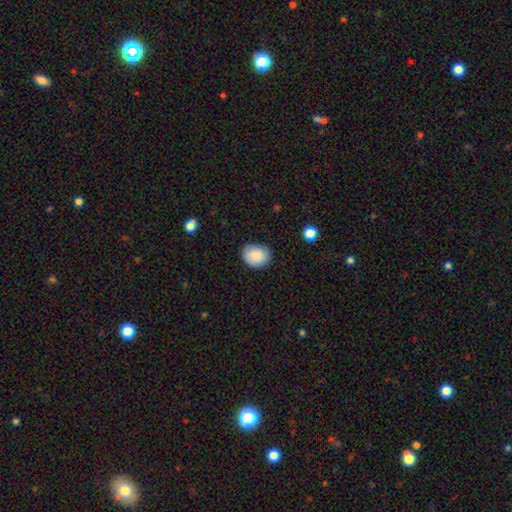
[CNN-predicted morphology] This is clearly a smooth galaxy (84%). How rounded: possibly in between (51%). Merging: likely none (77%).